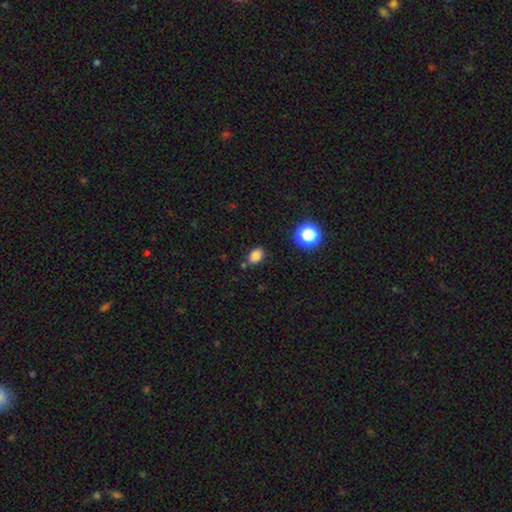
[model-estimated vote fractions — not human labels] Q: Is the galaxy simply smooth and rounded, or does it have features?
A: smooth — 82%.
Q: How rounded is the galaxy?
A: in between — 70%.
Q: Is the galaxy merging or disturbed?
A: none — 78%.